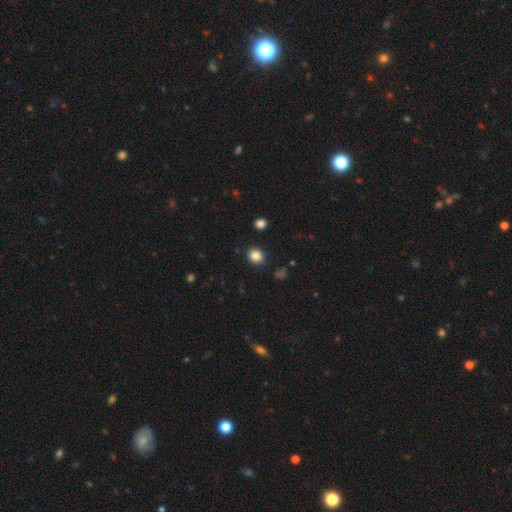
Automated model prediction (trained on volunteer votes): Morphology: type=smooth (84%); roundness=round (71%); merging=none (88%).